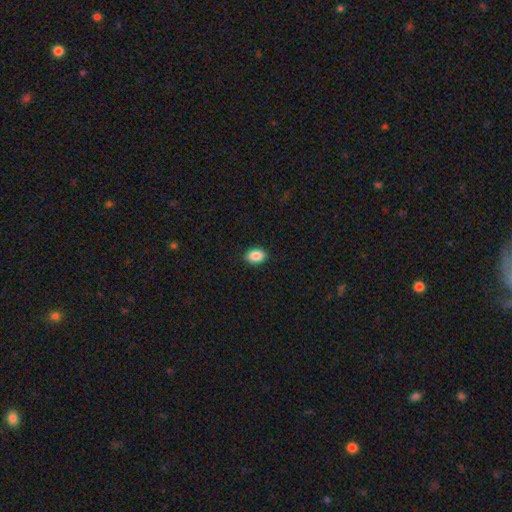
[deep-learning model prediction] Morphology: type=smooth (88%); roundness=in between (81%); merging=none (89%).